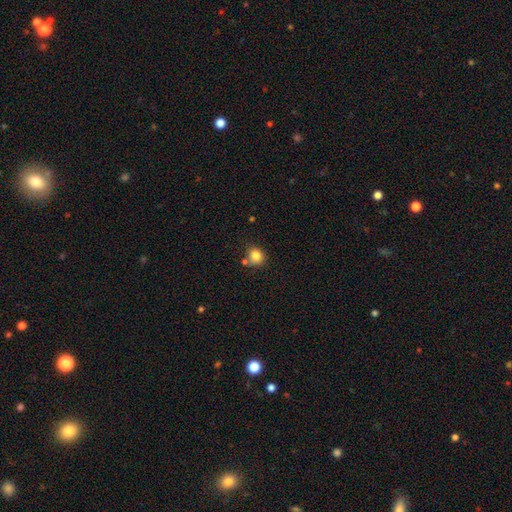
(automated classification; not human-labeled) smooth 83%, star or artifact 11%, featured or disk 6%. Down the decision tree: how rounded — round (77%); merging — none (65%).